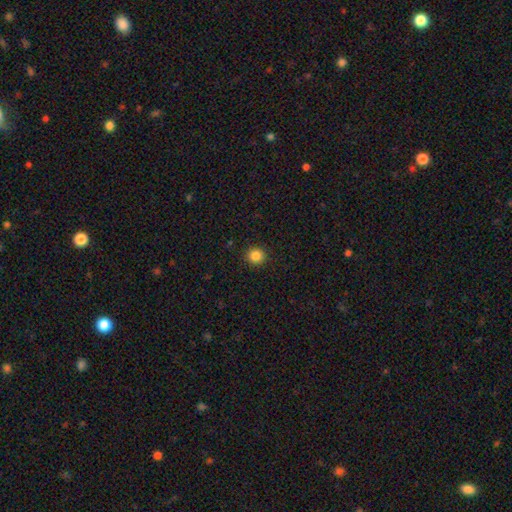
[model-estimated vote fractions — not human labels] The model was most divided on "smooth or featured": smooth: 84%, star or artifact: 11%, featured or disk: 4%. More confident: how rounded — round (93%); merging — none (93%).